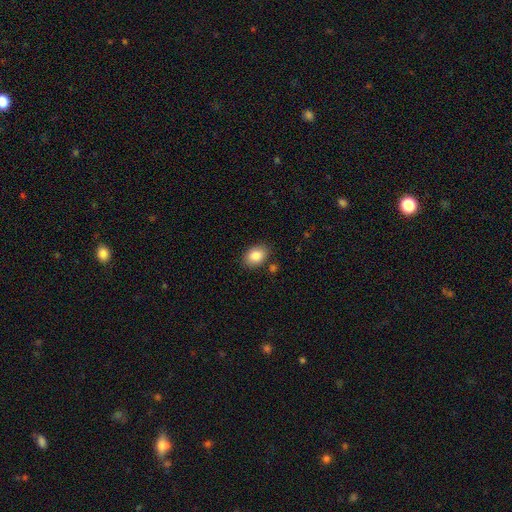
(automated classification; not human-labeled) Smooth or featured?
  - smooth: 86% *
  - star or artifact: 8%
  - featured or disk: 6%
How rounded?
  - in between: 71% *
  - round: 28%
  - cigar-shaped: 1%
Merging?
  - none: 81% *
  - minor disturbance: 12%
  - merger: 4%
  - major disturbance: 3%